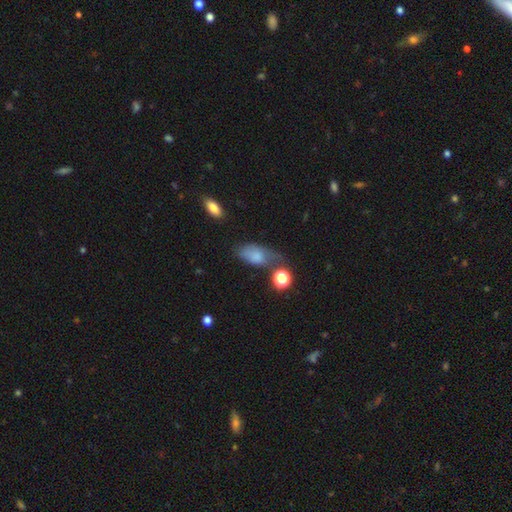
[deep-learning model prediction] This appears to be a smooth galaxy with no disk features (74%) that is in between round and cigar-shaped (88%). Merging: none (35%).